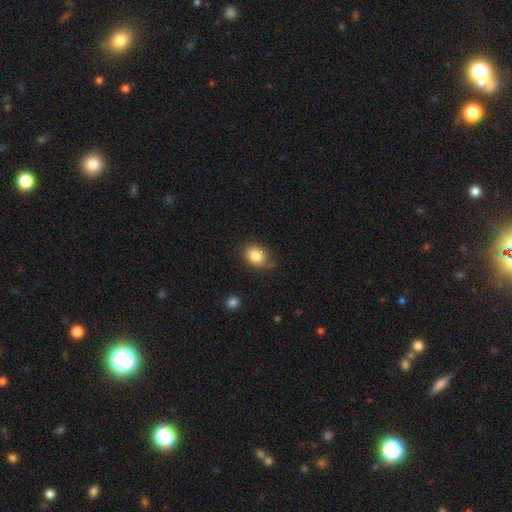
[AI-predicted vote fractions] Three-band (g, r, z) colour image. It shows a smooth galaxy with no disk features (84%) that is in between round and cigar-shaped (60%). Merging: none (71%).